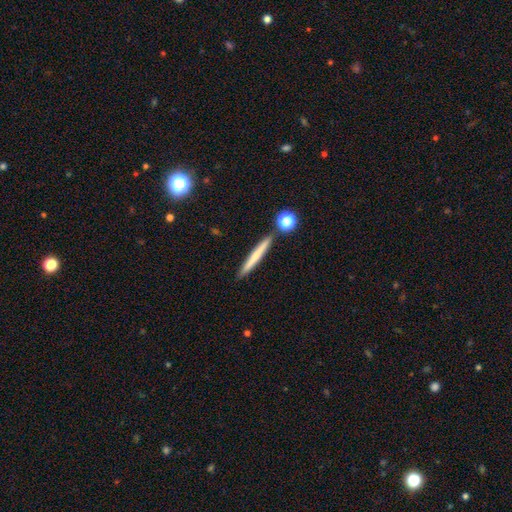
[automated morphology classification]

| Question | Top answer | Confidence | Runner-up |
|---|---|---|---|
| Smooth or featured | smooth | 61% | featured or disk (32%) |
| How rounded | cigar-shaped | 95% | in between (3%) |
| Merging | none | 86% | minor disturbance (8%) |